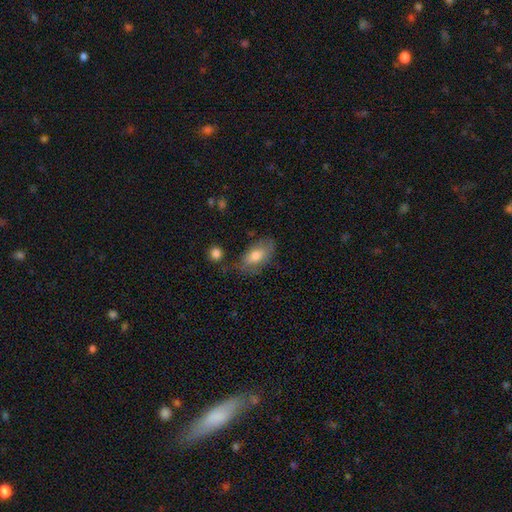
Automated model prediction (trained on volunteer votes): Morphology: type=smooth (69%); roundness=in between (90%); merging=none (61%).